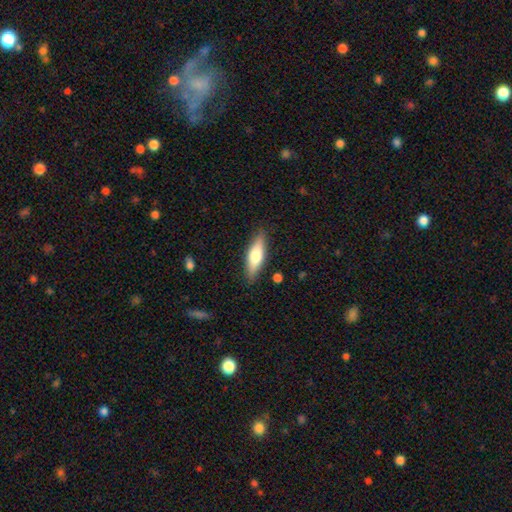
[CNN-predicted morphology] Smooth or featured? Predicted: smooth (p=0.63). How rounded? Predicted: cigar-shaped (p=0.53). Merging? Predicted: none (p=0.85).